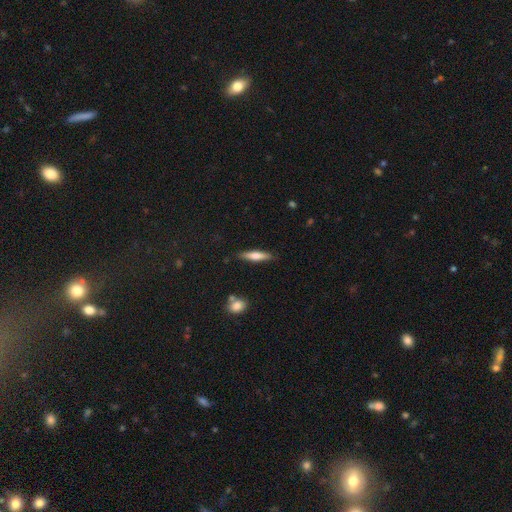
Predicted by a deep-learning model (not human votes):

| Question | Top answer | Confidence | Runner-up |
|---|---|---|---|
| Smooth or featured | smooth | 62% | featured or disk (32%) |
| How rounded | cigar-shaped | 79% | in between (19%) |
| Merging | none | 87% | minor disturbance (9%) |